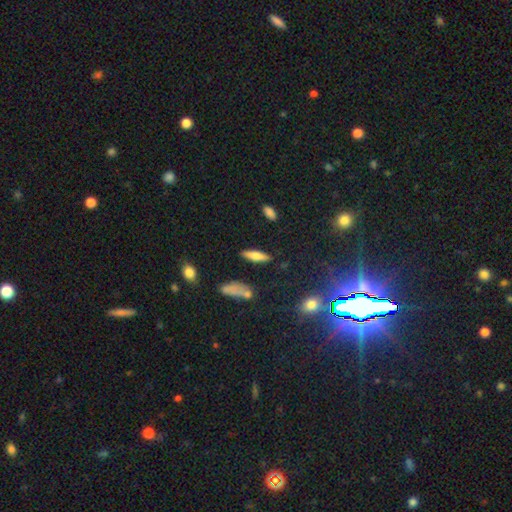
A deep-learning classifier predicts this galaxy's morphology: smooth-or-featured: smooth: 67% | featured or disk: 25% | star or artifact: 8%
  how-rounded: cigar-shaped: 66% | in between: 32% | round: 2%
  merging: none: 84% | minor disturbance: 10% | merger: 3% | major disturbance: 3%